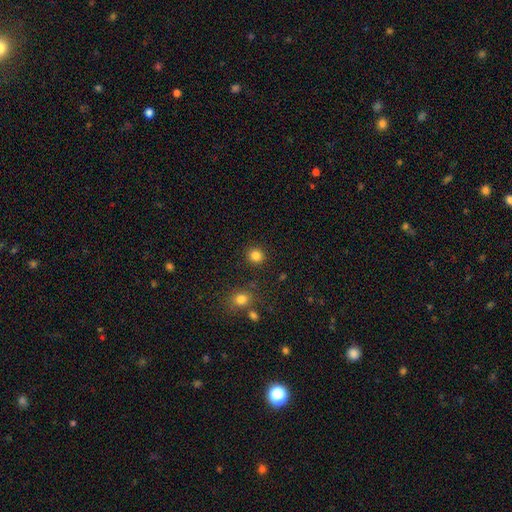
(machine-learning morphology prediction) type=smooth (84%); roundness=round (89%); merging=none (89%).